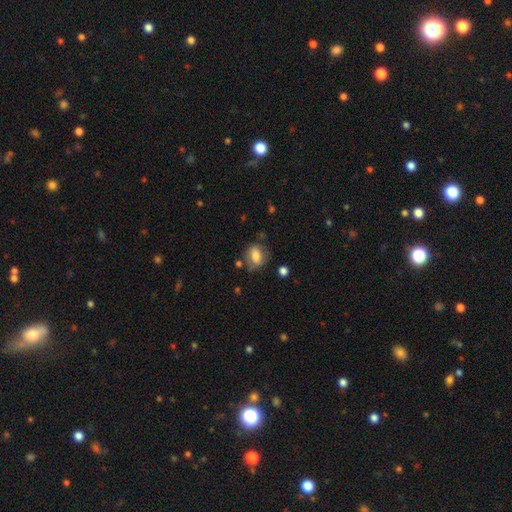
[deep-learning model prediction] smooth_or_featured: smooth (p=0.72) [alt: featured or disk p=0.20]
how_rounded: in between (p=0.64) [alt: round p=0.34]
merging: none (p=0.67) [alt: minor disturbance p=0.20]